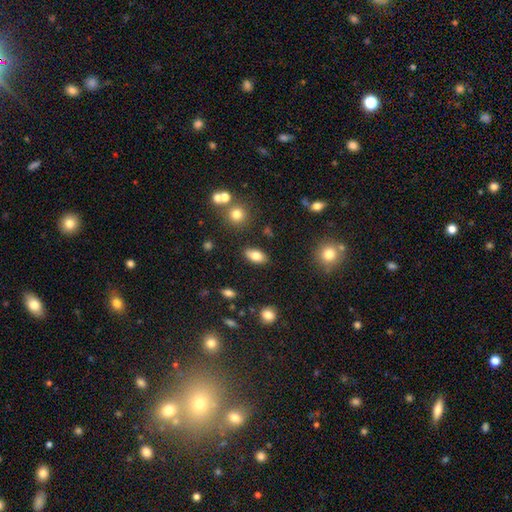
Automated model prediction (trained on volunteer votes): Morphology: type=smooth (80%); roundness=in between (90%); merging=none (84%).